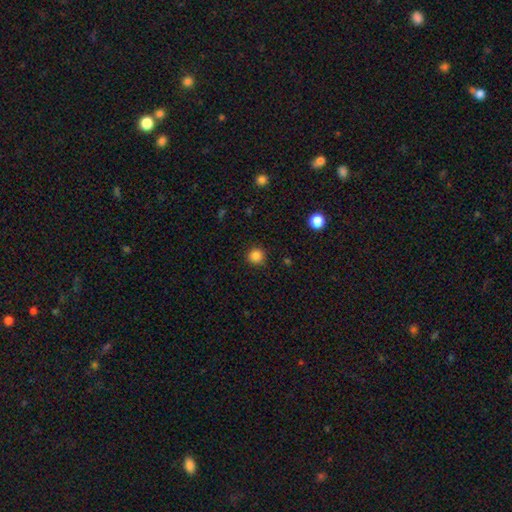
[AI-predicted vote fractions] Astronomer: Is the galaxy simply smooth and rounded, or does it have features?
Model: smooth — 85%.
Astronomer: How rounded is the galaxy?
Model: round — 94%.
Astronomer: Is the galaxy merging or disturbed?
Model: none — 91%.